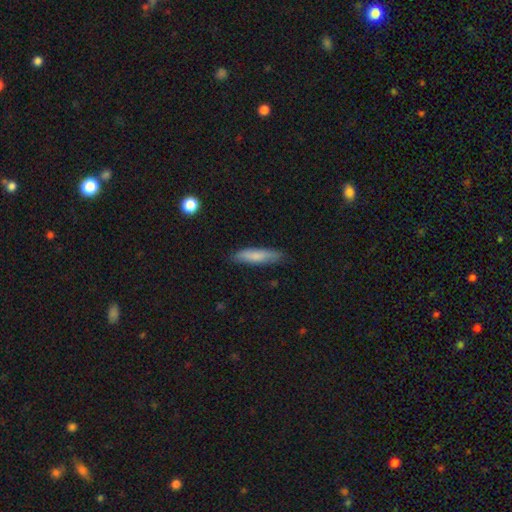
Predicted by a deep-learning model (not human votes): A smooth galaxy with no disk features (76%) that is cigar-shaped (78%). Merging: none (82%).